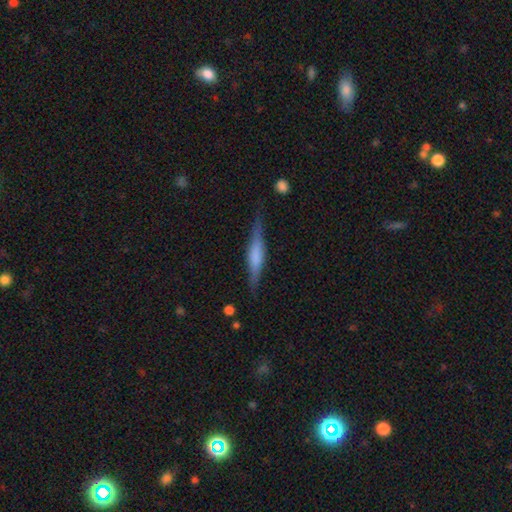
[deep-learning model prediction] The model was most divided on "edge-on bulge": rounded: 46%, boxy: 39%, none: 15%. More confident: edge-on disk — yes (96%); merging — none (83%); smooth or featured — featured or disk (60%).